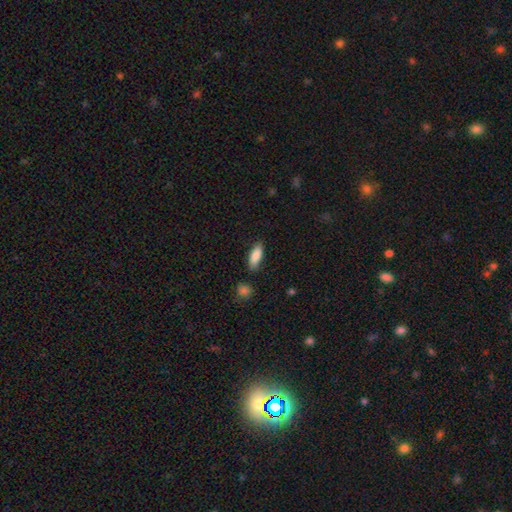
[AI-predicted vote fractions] smooth-or-featured: smooth: 86% | featured or disk: 7% | star or artifact: 6%
  how-rounded: in between: 69% | cigar-shaped: 29% | round: 2%
  merging: none: 82% | minor disturbance: 13% | major disturbance: 3% | merger: 3%